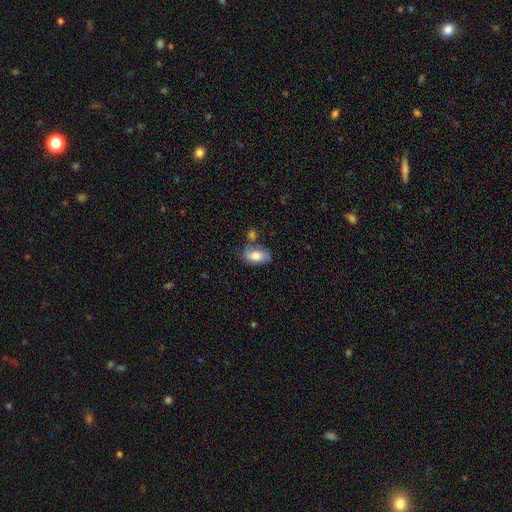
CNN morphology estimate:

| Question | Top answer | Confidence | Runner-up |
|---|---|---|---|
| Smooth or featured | smooth | 76% | featured or disk (17%) |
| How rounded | in between | 91% | round (6%) |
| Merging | none | 60% | minor disturbance (19%) |